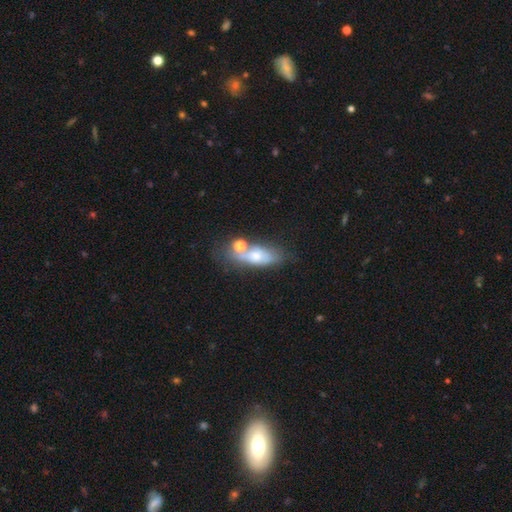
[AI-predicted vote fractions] Morphology: type=smooth (51%); roundness=in between (62%); merging=none (49%).